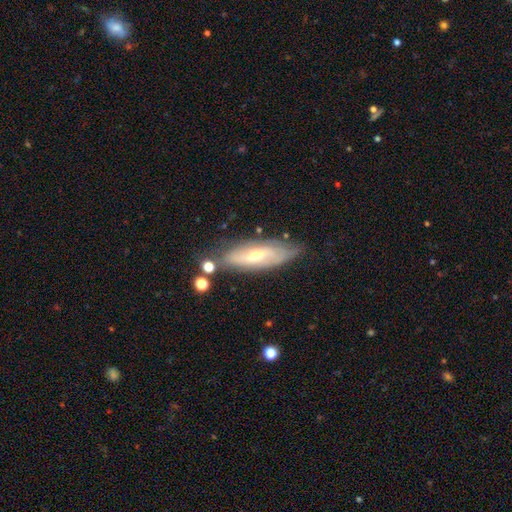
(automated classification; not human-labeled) smooth_or_featured: featured or disk (p=0.65) [alt: smooth p=0.28]
disk_edge_on: no (p=0.68) [alt: yes p=0.32]
merging: none (p=0.71) [alt: minor disturbance p=0.19]